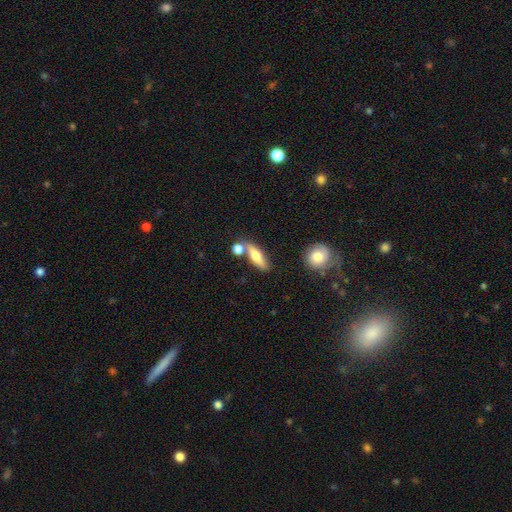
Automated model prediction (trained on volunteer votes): The model was most divided on "how rounded": cigar-shaped: 49%, in between: 46%, round: 5%. More confident: merging — none (63%); smooth or featured — smooth (63%).